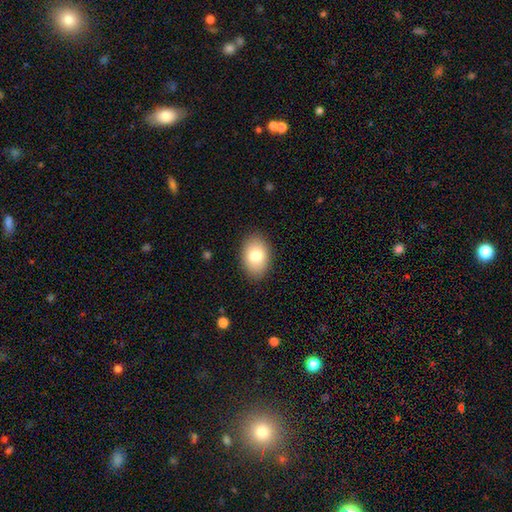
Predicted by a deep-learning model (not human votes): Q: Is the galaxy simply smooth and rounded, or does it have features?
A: smooth — 81%.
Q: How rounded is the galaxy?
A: in between — 87%.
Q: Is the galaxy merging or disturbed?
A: none — 88%.